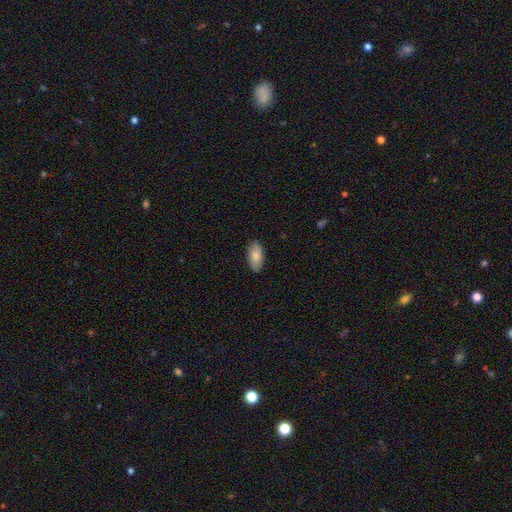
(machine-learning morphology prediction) A smooth galaxy with no disk features (83%) that is in between round and cigar-shaped (93%). Merging: none (87%).